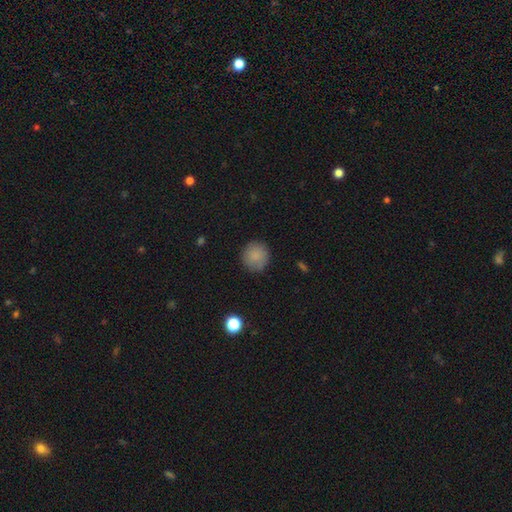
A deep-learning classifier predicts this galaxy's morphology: smooth-or-featured: smooth: 86% | star or artifact: 9% | featured or disk: 5%
  how-rounded: round: 92% | in between: 7% | cigar-shaped: 1%
  merging: none: 87% | minor disturbance: 9% | major disturbance: 3% | merger: 1%